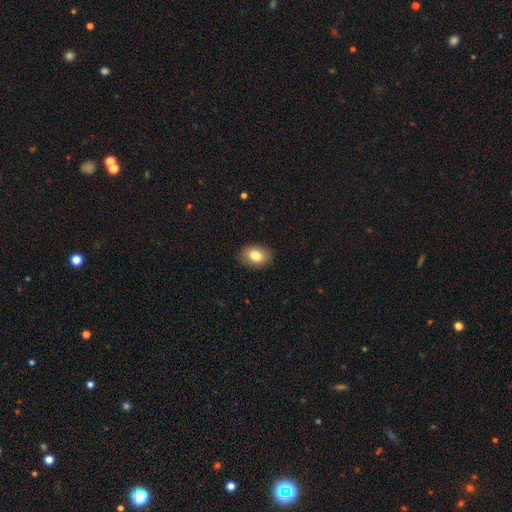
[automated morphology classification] Smooth or featured?
  - smooth: 81% *
  - featured or disk: 11%
  - star or artifact: 8%
How rounded?
  - in between: 73% *
  - round: 26%
  - cigar-shaped: 1%
Merging?
  - none: 87% *
  - minor disturbance: 10%
  - major disturbance: 2%
  - merger: 1%